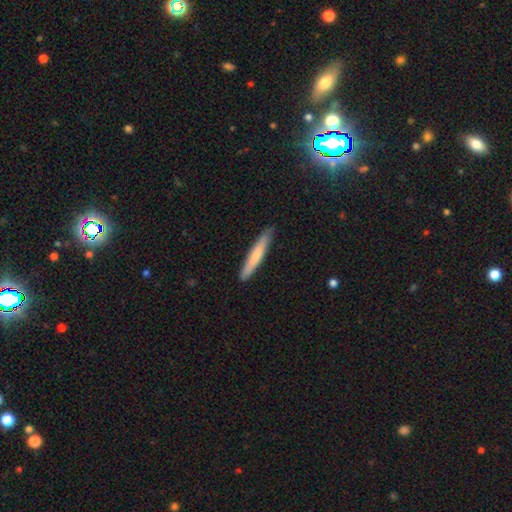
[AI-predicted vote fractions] A smooth galaxy with no disk features (68%) that is cigar-shaped (94%). Merging: none (88%).